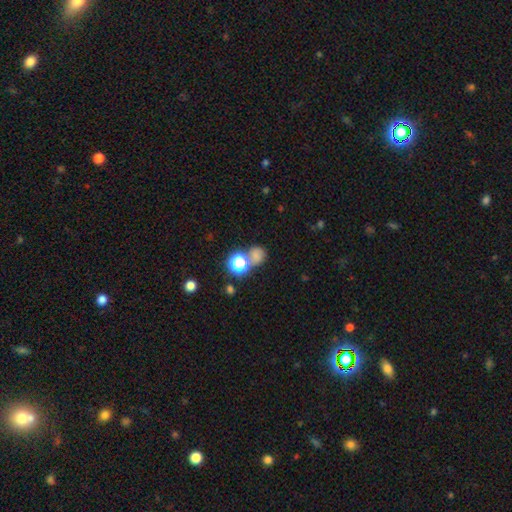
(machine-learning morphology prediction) Smooth or featured? smooth (63%)
How rounded? round (78%)
Merging? none (54%)